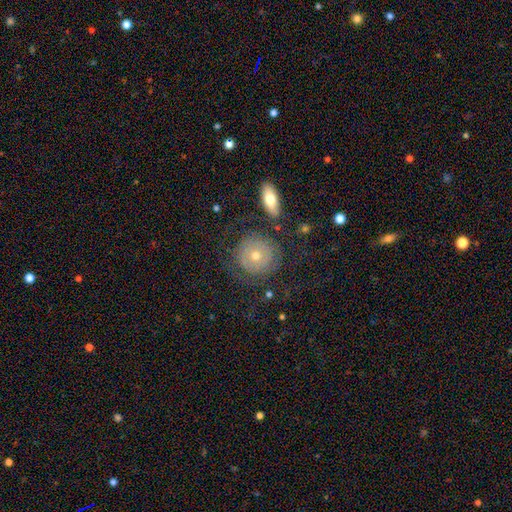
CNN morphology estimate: Smooth or featured: featured or disk — 49% (smooth — 41%)
Merging: none — 72% (minor disturbance — 14%)